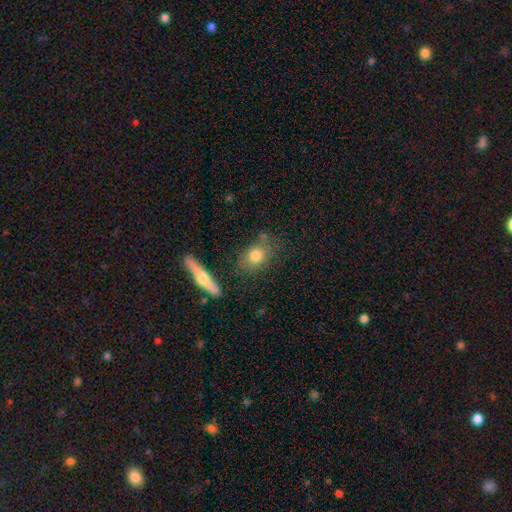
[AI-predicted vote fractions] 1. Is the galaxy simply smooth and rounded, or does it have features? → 76% smooth, 15% featured or disk, 9% star or artifact.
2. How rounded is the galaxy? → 54% in between, 41% round, 5% cigar-shaped.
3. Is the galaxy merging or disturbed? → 68% none, 17% minor disturbance, 8% merger, 6% major disturbance.